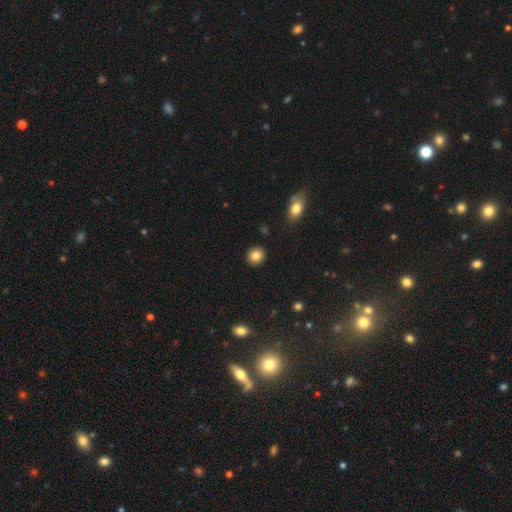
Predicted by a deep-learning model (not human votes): Overall: smooth (85%). How rounded: round (88%). Merging: none (91%).